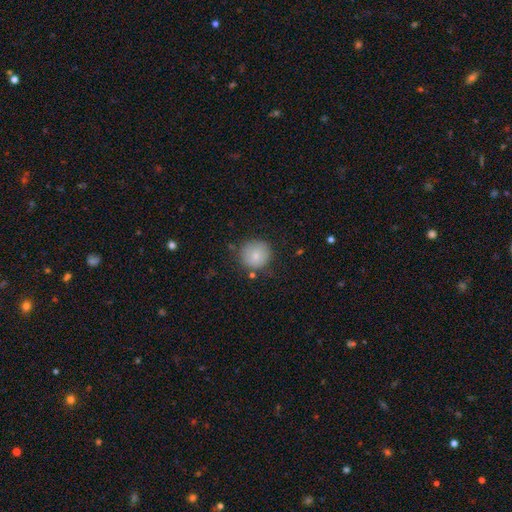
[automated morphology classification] Smooth or featured? smooth (80%)
How rounded? round (92%)
Merging? none (77%)